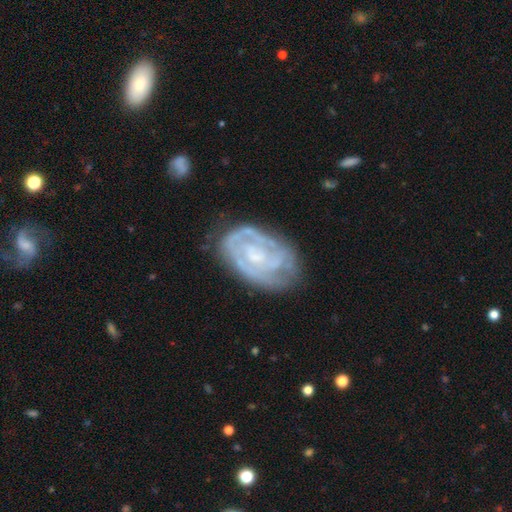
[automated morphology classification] A featured or disk galaxy (82%) with no bar (58%), 2 (36%) tight (67%) spiral arms (89%) and a small central bulge (54%).

Vote fractions:
- Smooth or featured? featured or disk: 82% / smooth: 13% / star or artifact: 6%
- Edge-on disk? no: 97% / yes: 3%
- Bar? no: 58% / weak: 34% / strong: 8%
- Spiral arms? yes: 89% / no: 11%
- Spiral winding? tight: 67% / medium: 27% / loose: 6%
- Spiral arm count? 2: 36% / can't tell: 35% / 3: 15% / 1: 6% / 4: 4% / more than 4: 4%
- Bulge size? small: 54% / moderate: 26% / none: 16% / large: 3% / dominant: 1%
- Merging? none: 67% / minor disturbance: 22% / major disturbance: 9% / merger: 2%